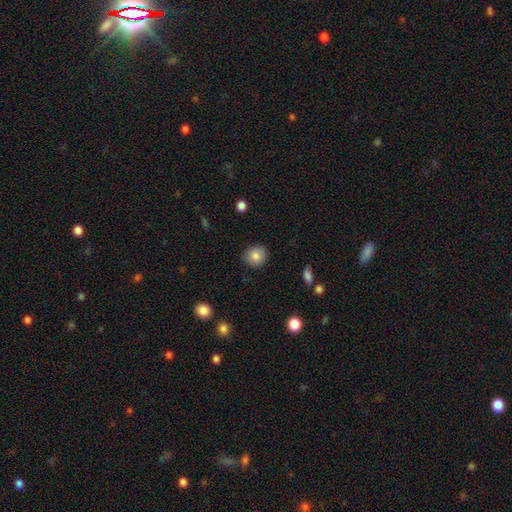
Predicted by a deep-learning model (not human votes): A smooth galaxy with no disk features (83%) that is round (85%).

Vote fractions:
- Smooth or featured? smooth: 83% / star or artifact: 9% / featured or disk: 8%
- How rounded? round: 85% / in between: 14% / cigar-shaped: 1%
- Merging? none: 86% / minor disturbance: 10% / major disturbance: 2% / merger: 1%